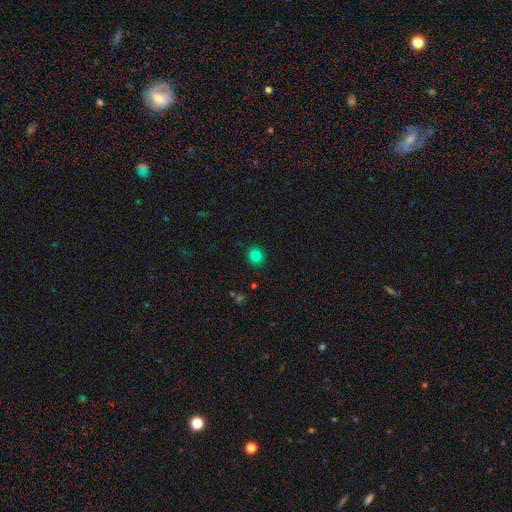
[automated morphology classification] smooth_or_featured: smooth (p=0.81) [alt: star or artifact p=0.13]
how_rounded: round (p=0.87) [alt: in between p=0.12]
merging: none (p=0.91) [alt: minor disturbance p=0.06]